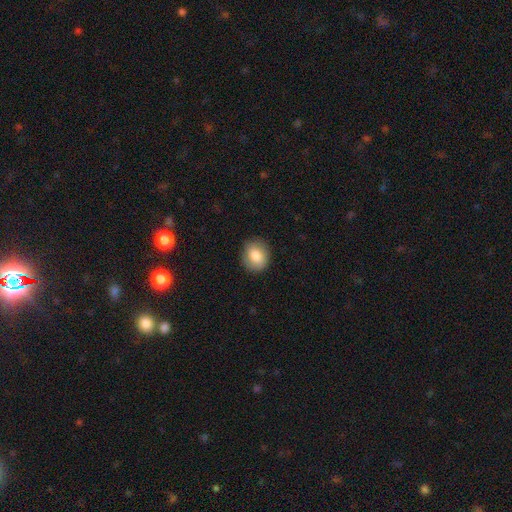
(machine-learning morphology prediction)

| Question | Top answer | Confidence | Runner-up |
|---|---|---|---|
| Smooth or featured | smooth | 83% | featured or disk (9%) |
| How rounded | round | 63% | in between (36%) |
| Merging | none | 86% | minor disturbance (10%) |